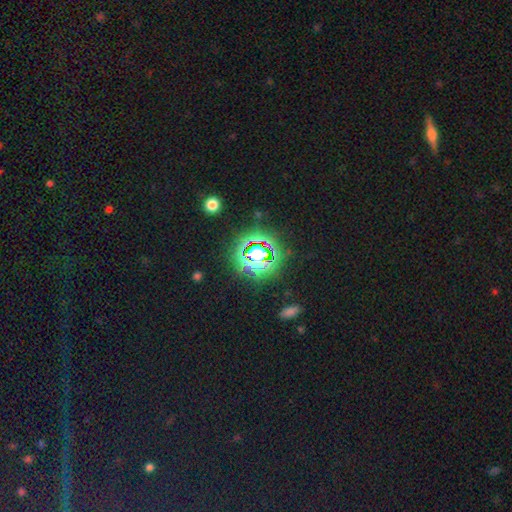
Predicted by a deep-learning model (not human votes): Morphology: type=star or artifact (78%).